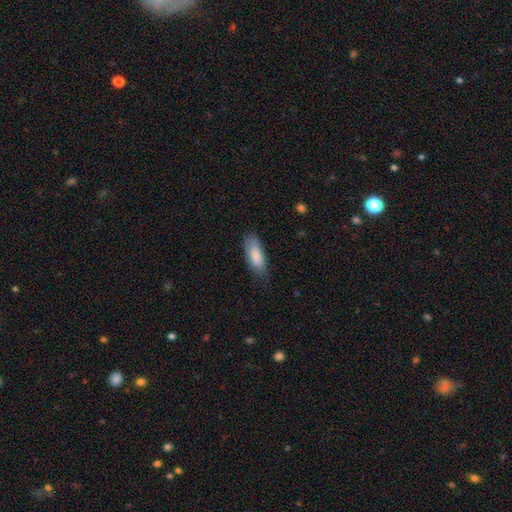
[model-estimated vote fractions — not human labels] Smooth or featured? Predicted: smooth (p=0.85). How rounded? Predicted: in between (p=0.74). Merging? Predicted: none (p=0.74).